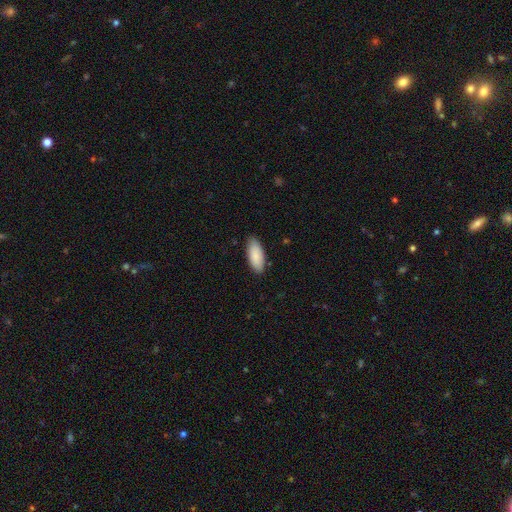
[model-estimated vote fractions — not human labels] This appears to be a smooth galaxy with no disk features (89%) that is in between round and cigar-shaped (85%). Merging: none (86%).